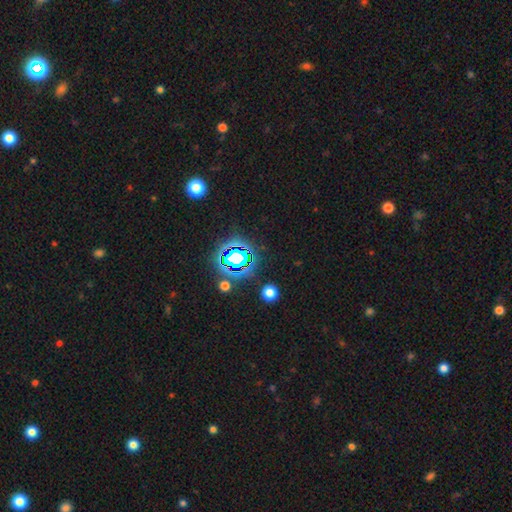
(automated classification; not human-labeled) star or artifact 81%, smooth 12%, featured or disk 7%.